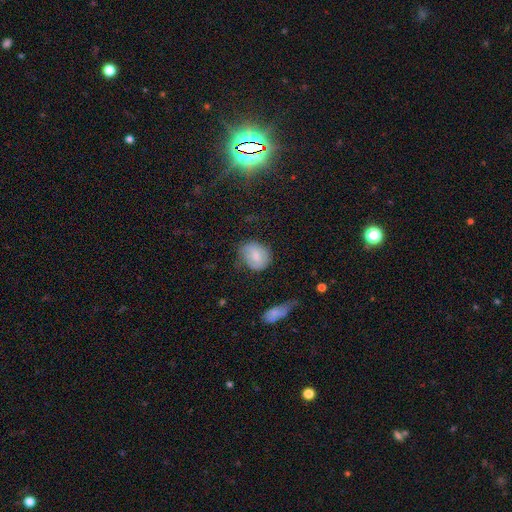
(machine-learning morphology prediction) This appears to be a smooth galaxy with no disk features (63%) that is round (62%). Merging: none (53%).